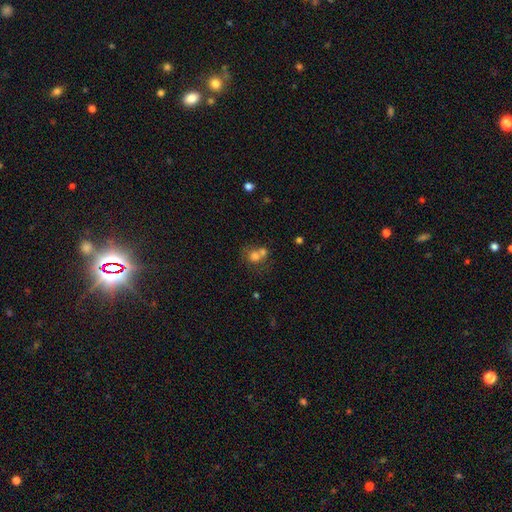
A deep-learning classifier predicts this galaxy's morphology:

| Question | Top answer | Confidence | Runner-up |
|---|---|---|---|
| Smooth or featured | smooth | 67% | featured or disk (18%) |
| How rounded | round | 76% | in between (23%) |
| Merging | merger | 50% | none (35%) |